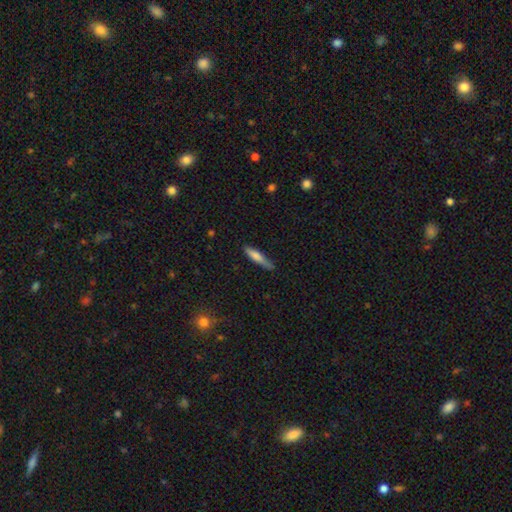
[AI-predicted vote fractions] Overall: smooth (73%). How rounded: cigar-shaped (85%). Merging: none (72%).